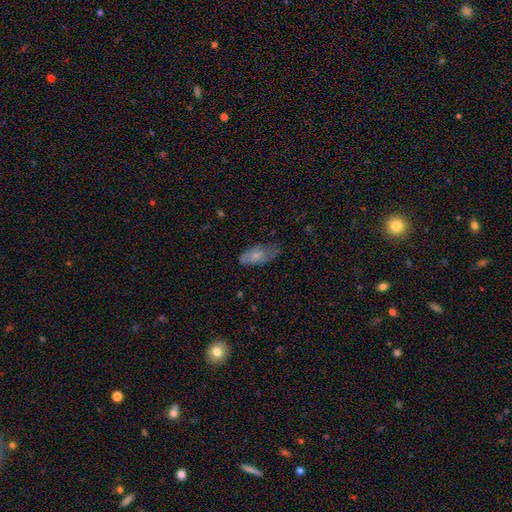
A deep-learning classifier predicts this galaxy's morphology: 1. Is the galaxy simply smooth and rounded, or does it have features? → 71% smooth, 22% featured or disk, 7% star or artifact.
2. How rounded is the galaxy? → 86% in between, 11% cigar-shaped, 3% round.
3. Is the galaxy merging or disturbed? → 55% none, 33% minor disturbance, 10% major disturbance, 2% merger.